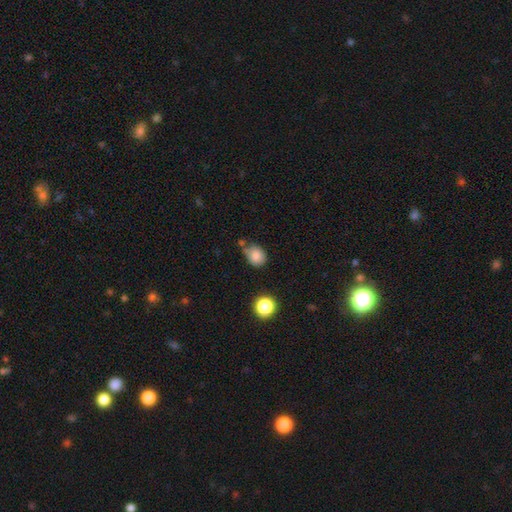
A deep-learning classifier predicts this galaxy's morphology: Overall: smooth (81%). How rounded: round (58%; in between 41%). Merging: none (60%; minor disturbance 23%).